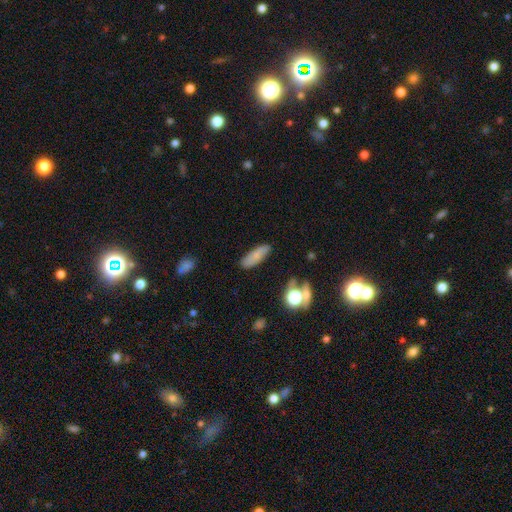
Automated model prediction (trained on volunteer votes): Smooth or featured: smooth — 69% (featured or disk — 22%)
How rounded: in between — 60% (cigar-shaped — 37%)
Merging: none — 80% (minor disturbance — 14%)